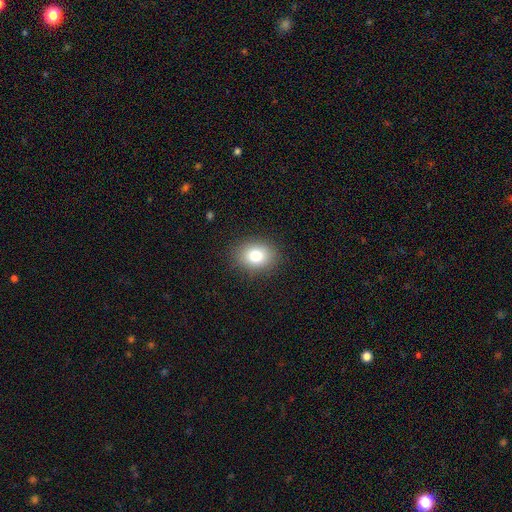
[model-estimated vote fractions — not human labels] Q: Smooth or featured?
A: smooth (80%); runner-up: star or artifact (11%)
Q: How rounded?
A: in between (57%); runner-up: round (42%)
Q: Merging?
A: none (87%); runner-up: minor disturbance (9%)